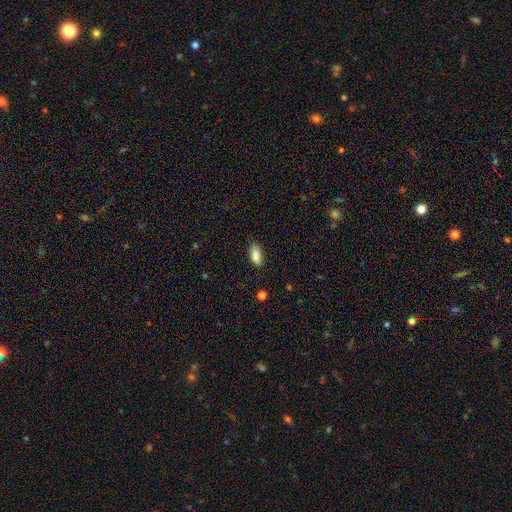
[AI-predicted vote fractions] This is clearly a smooth galaxy (88%). How rounded: clearly in between (89%). Merging: likely none (80%).